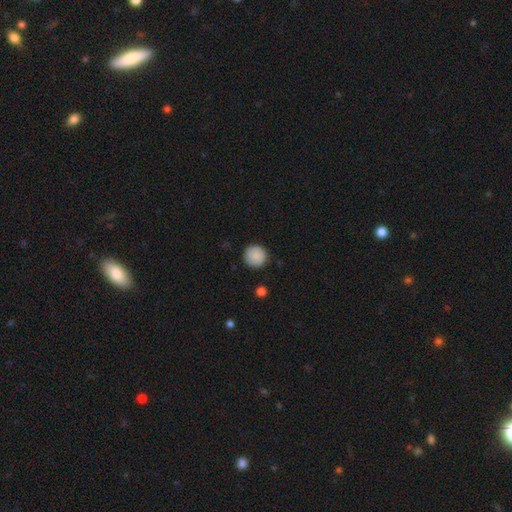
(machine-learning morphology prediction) Smooth or featured? smooth (88%)
How rounded? round (94%)
Merging? none (88%)